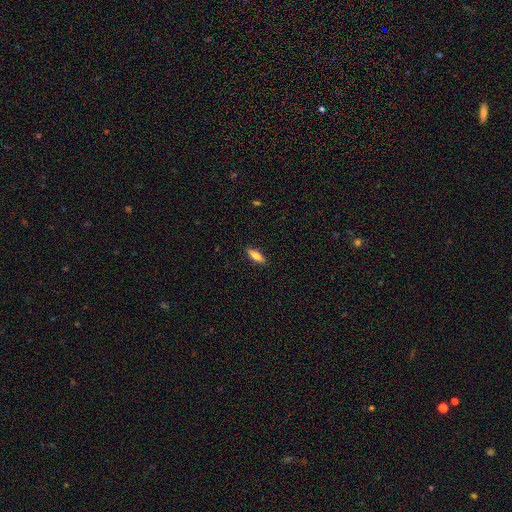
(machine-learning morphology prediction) This is likely a smooth galaxy (77%). How rounded: possibly in between (51%). Merging: clearly none (88%).